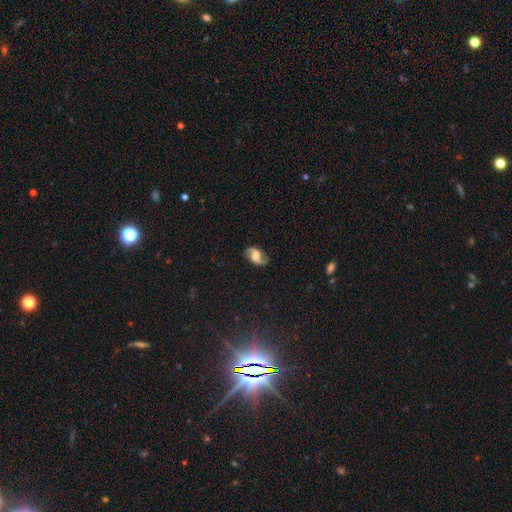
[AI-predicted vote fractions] Smooth or featured? Predicted: featured or disk (p=0.74). Edge-on disk? Predicted: no (p=0.97). Bar? Predicted: weak (p=0.44). Spiral arms? Predicted: yes (p=0.95). Spiral winding? Predicted: loose (p=0.52). Spiral arm count? Predicted: 2 (p=0.92). Bulge size? Predicted: moderate (p=0.30). Merging? Predicted: none (p=0.80).